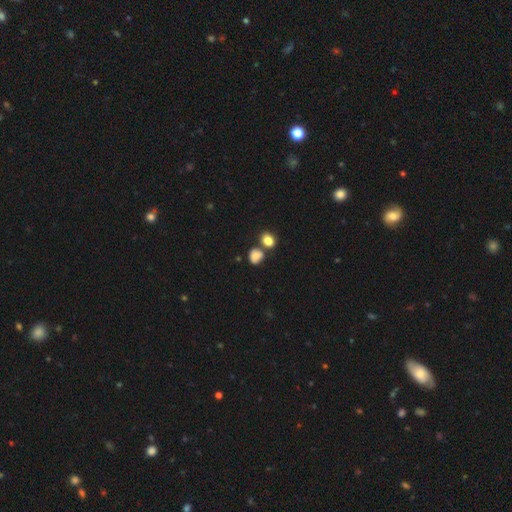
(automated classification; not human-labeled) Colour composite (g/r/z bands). It shows a smooth galaxy with no disk features (82%) that is round (57%). Merging: none (49%).